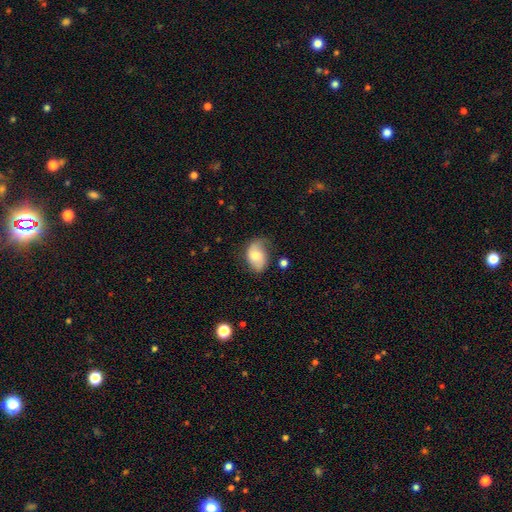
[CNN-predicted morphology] Smooth or featured? smooth (52%)
How rounded? in between (81%)
Merging? none (50%)